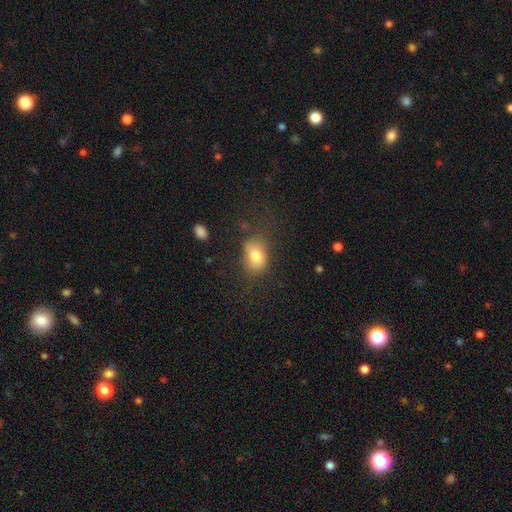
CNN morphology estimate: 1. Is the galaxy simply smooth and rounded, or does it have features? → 78% smooth, 13% featured or disk, 9% star or artifact.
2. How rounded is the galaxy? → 69% in between, 30% round, 1% cigar-shaped.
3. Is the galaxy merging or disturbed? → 65% none, 22% minor disturbance, 11% major disturbance, 2% merger.